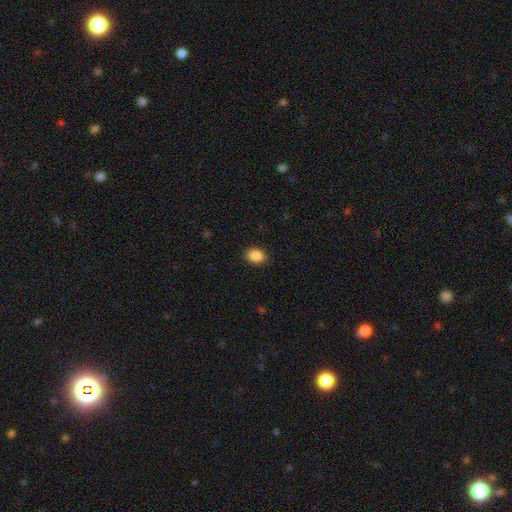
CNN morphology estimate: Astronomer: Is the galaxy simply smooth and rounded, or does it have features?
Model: smooth — 88%.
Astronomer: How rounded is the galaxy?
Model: in between — 68%.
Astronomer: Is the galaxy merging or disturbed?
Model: none — 88%.